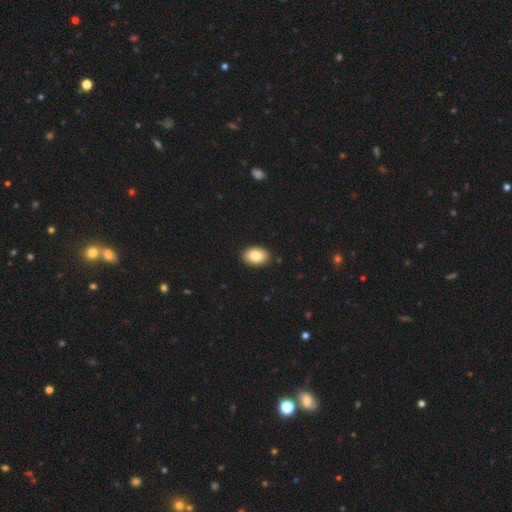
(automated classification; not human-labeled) This is clearly a smooth galaxy (84%). How rounded: clearly in between (86%). Merging: clearly none (90%).